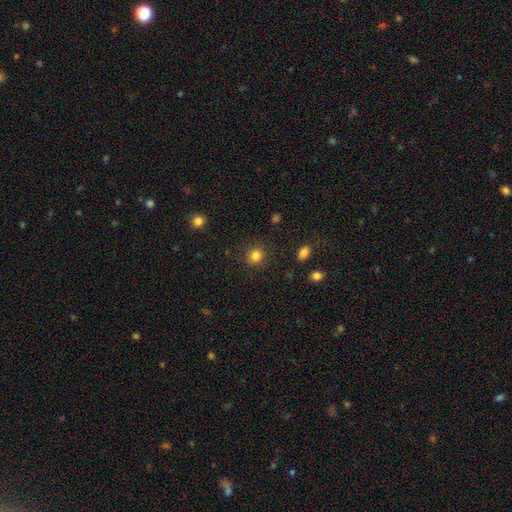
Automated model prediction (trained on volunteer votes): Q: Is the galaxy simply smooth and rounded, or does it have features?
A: smooth — 84%.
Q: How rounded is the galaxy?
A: round — 84%.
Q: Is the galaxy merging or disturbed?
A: none — 87%.